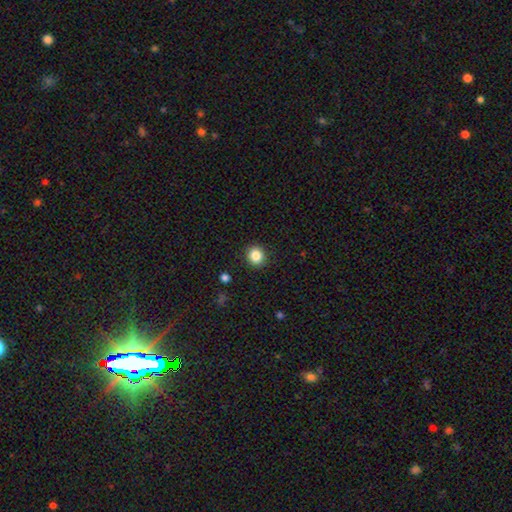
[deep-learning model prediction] smooth_or_featured: smooth (p=0.85) [alt: star or artifact p=0.10]
how_rounded: round (p=0.83) [alt: in between p=0.17]
merging: none (p=0.91) [alt: minor disturbance p=0.06]